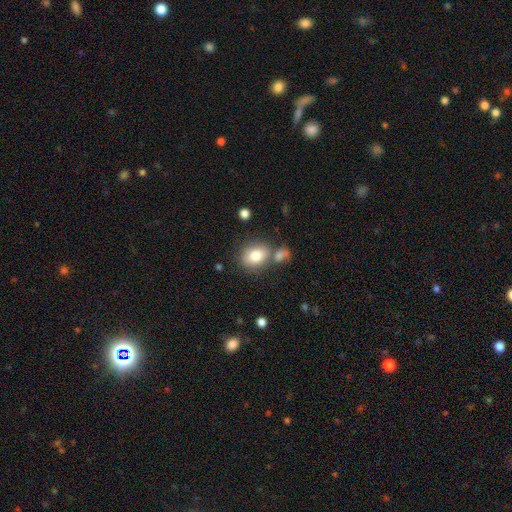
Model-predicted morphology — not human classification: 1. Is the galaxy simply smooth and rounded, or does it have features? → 81% smooth, 10% featured or disk, 9% star or artifact.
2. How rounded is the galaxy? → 52% in between, 47% round, 1% cigar-shaped.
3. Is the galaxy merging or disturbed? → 61% none, 20% merger, 14% minor disturbance, 5% major disturbance.